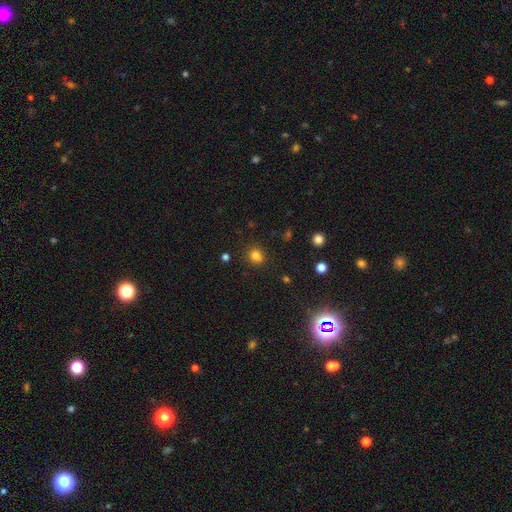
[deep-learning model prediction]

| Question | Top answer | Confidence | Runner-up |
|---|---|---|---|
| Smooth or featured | smooth | 79% | star or artifact (16%) |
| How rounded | round | 71% | in between (28%) |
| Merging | none | 78% | minor disturbance (12%) |